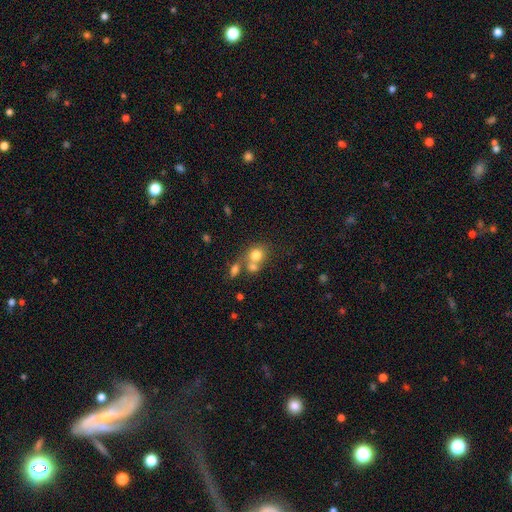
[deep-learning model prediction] This is likely a smooth galaxy (77%). How rounded: likely round (72%). Merging: marginally merger (44%).